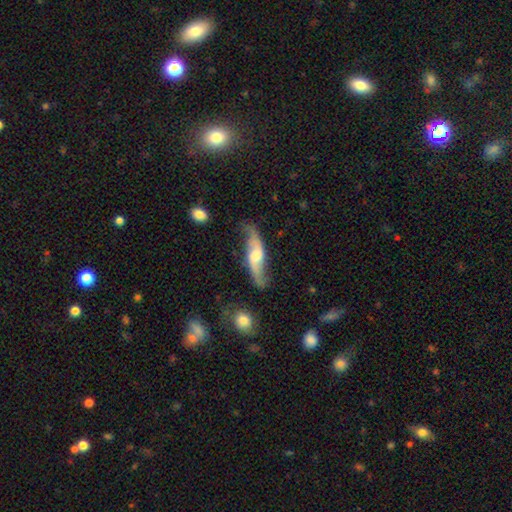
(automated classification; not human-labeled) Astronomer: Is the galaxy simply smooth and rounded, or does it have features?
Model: featured or disk — 74%.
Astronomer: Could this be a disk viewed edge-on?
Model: no — 78%.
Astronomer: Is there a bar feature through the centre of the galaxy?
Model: weak — 45% (runner-up: no, 40%).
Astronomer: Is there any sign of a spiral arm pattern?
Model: yes — 92%.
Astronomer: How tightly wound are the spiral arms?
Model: loose — 83%.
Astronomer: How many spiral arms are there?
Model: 2 — 91%.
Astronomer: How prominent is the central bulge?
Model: moderate — 56%.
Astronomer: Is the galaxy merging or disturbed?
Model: none — 63%.